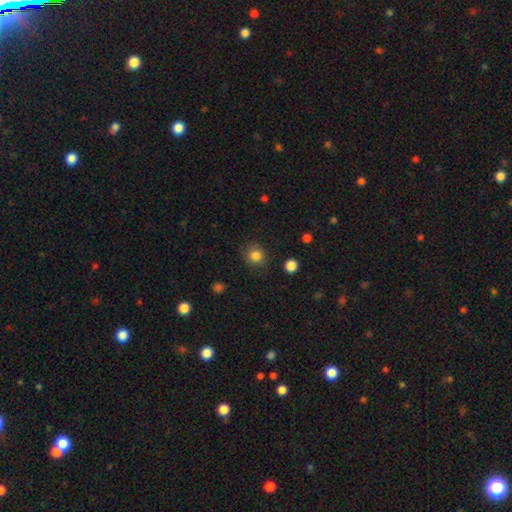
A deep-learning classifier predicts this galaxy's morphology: smooth 84%, star or artifact 11%, featured or disk 5%. Down the decision tree: how rounded — round (87%); merging — none (85%).